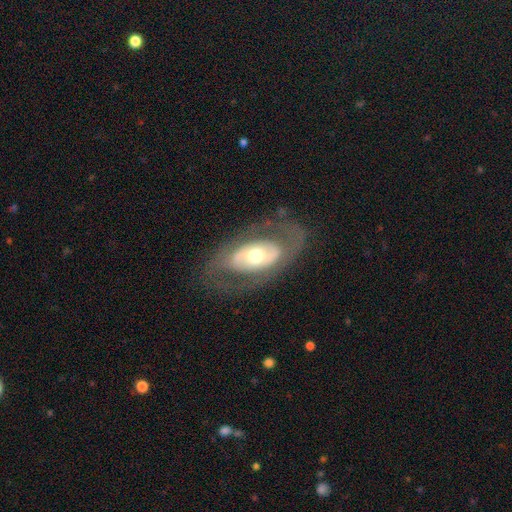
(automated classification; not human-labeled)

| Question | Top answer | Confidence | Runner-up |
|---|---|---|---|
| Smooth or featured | featured or disk | 68% | smooth (27%) |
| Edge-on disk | no | 90% | yes (10%) |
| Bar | no | 74% | weak (16%) |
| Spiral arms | no | 67% | yes (33%) |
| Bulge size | moderate | 65% | small (19%) |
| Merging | none | 74% | minor disturbance (13%) |